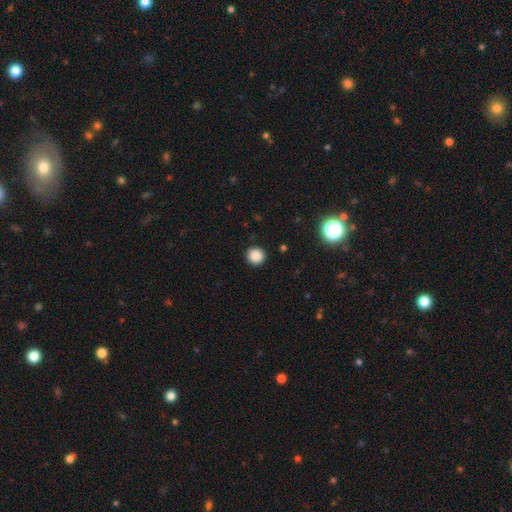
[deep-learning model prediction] A smooth galaxy with no disk features (86%) that is round (94%).

Vote fractions:
- Smooth or featured? smooth: 86% / star or artifact: 11% / featured or disk: 3%
- How rounded? round: 94% / in between: 5% / cigar-shaped: 1%
- Merging? none: 92% / minor disturbance: 5% / major disturbance: 2% / merger: 1%